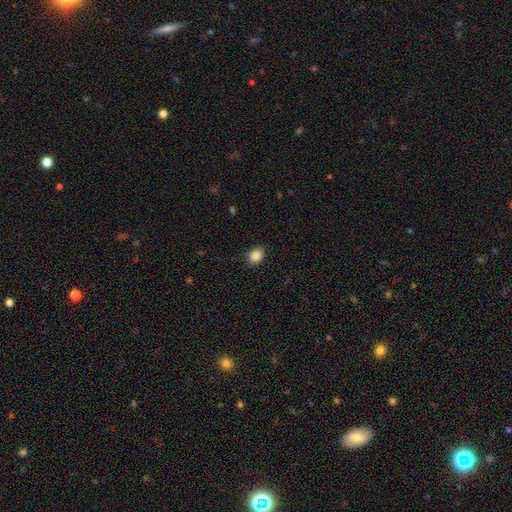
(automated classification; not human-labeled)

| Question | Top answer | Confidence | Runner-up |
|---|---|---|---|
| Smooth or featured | smooth | 87% | star or artifact (9%) |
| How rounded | in between | 59% | round (40%) |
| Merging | none | 82% | minor disturbance (14%) |